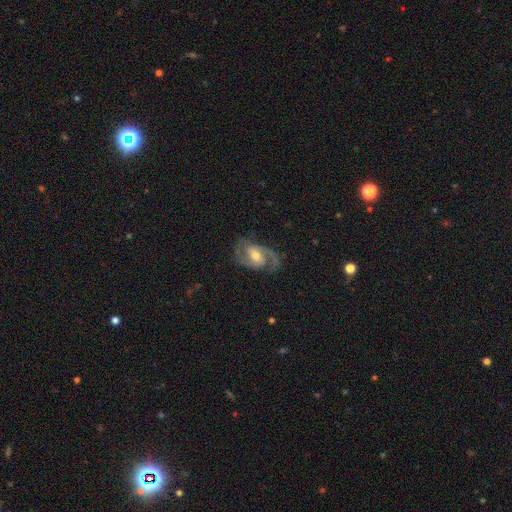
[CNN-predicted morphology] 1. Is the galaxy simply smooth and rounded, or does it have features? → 89% featured or disk, 6% smooth, 5% star or artifact.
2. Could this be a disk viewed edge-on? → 97% no, 3% yes.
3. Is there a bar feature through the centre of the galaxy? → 47% weak, 30% no, 23% strong.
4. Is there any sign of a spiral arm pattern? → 97% yes, 3% no.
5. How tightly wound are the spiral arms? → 59% medium, 24% tight, 17% loose.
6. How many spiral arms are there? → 91% 2, 3% can't tell, 2% 3, 2% 1, 1% 4, 1% more than 4.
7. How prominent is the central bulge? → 64% moderate, 29% small, 5% large, 1% none, 1% dominant.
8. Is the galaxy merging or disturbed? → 79% none, 14% minor disturbance, 6% major disturbance, 1% merger.